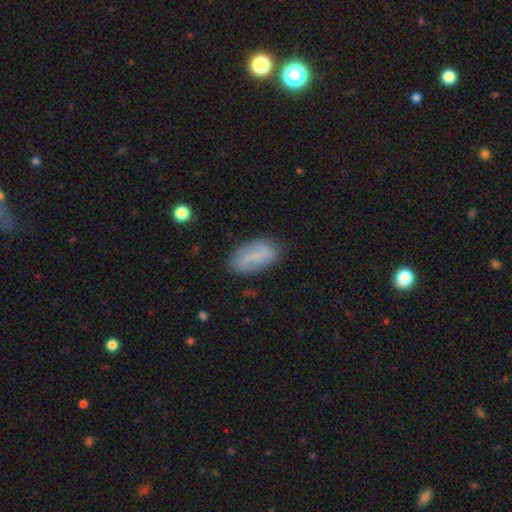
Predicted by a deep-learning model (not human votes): Smooth or featured: smooth — 61% (featured or disk — 30%)
How rounded: in between — 89% (cigar-shaped — 8%)
Merging: none — 76% (minor disturbance — 17%)